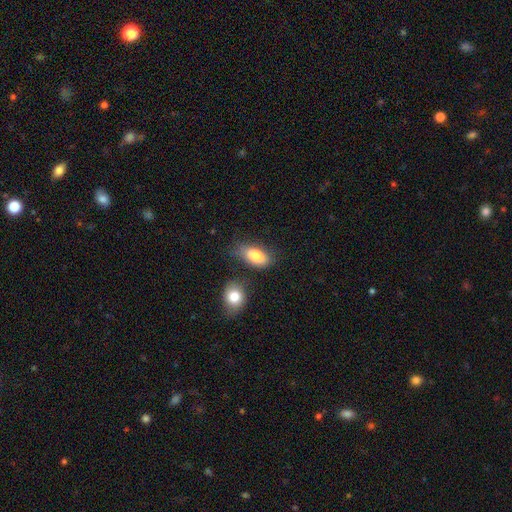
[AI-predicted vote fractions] A smooth galaxy with no disk features (80%) that is in between round and cigar-shaped (90%). Merging: none (63%).